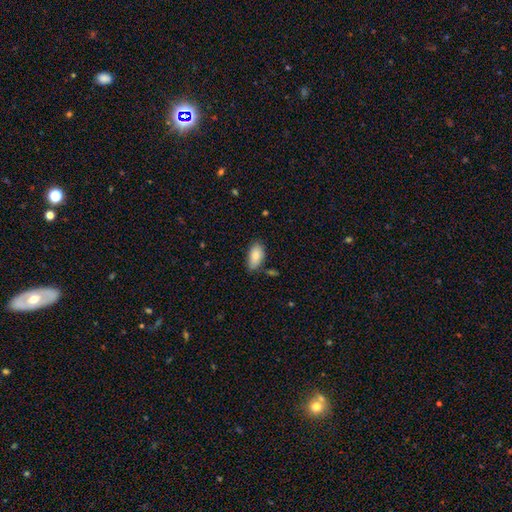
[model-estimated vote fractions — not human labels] Smooth or featured: smooth — 86% (featured or disk — 7%)
How rounded: in between — 92% (cigar-shaped — 5%)
Merging: none — 69% (minor disturbance — 23%)